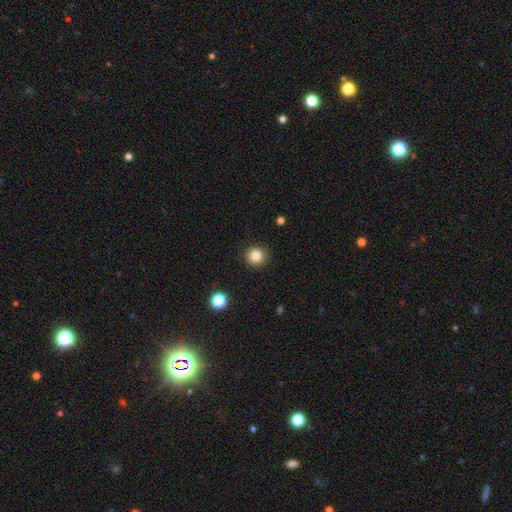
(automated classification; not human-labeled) Smooth or featured? Predicted: smooth (p=0.84). How rounded? Predicted: round (p=0.93). Merging? Predicted: none (p=0.91).